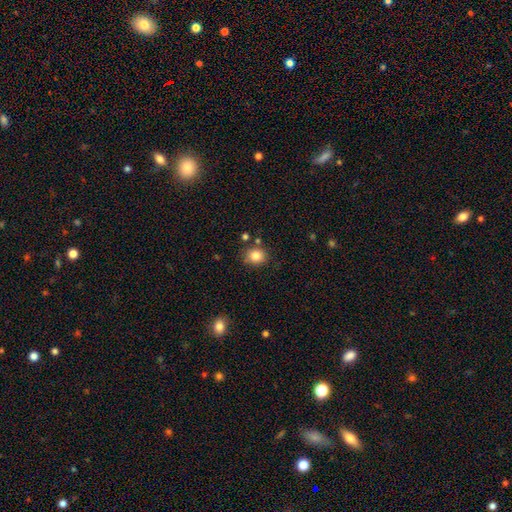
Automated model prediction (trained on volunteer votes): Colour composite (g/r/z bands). It shows a smooth galaxy with no disk features (84%) that is round (69%). Merging: none (79%).